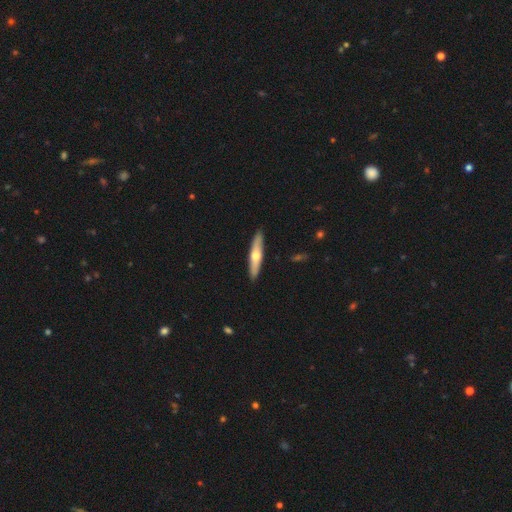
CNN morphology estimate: This is possibly a smooth galaxy (48%). Merging: clearly none (91%).